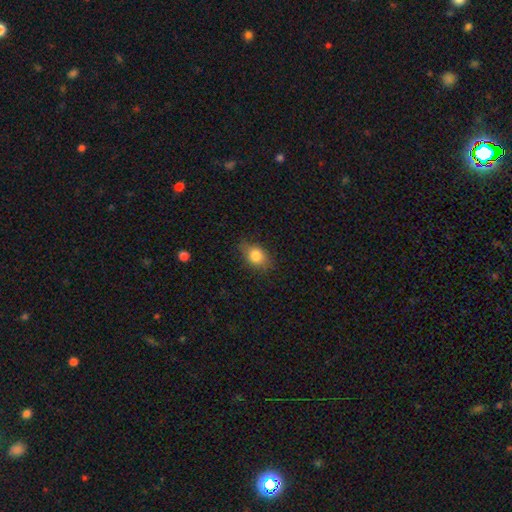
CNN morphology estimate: The model was most divided on "how rounded": in between: 69%, round: 29%, cigar-shaped: 2%. More confident: smooth or featured — smooth (81%); merging — none (73%).